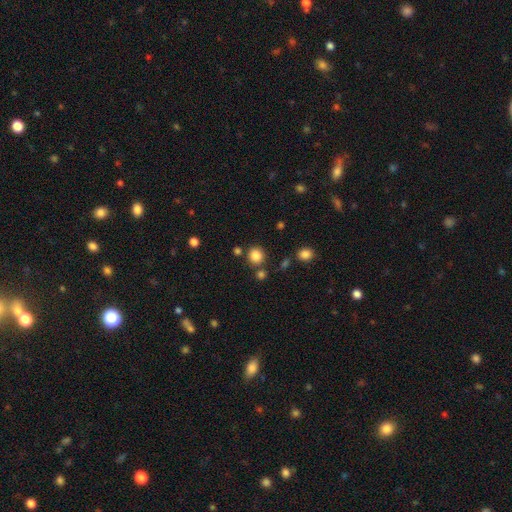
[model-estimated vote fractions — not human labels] Smooth or featured: smooth — 84% (star or artifact — 12%)
How rounded: round — 88% (in between — 11%)
Merging: none — 80% (merger — 9%)